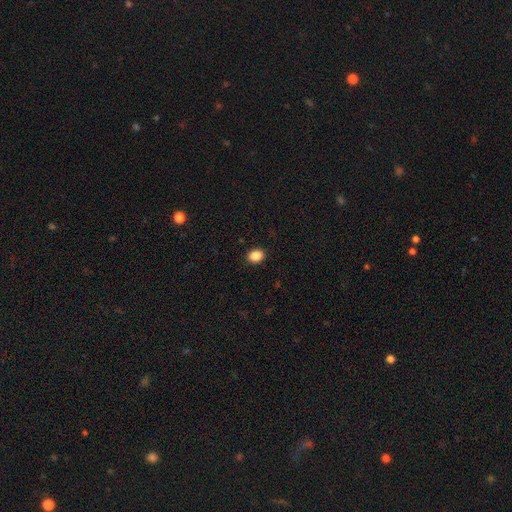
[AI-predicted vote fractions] This is clearly a smooth galaxy (87%). How rounded: possibly in between (55%). Merging: clearly none (91%).